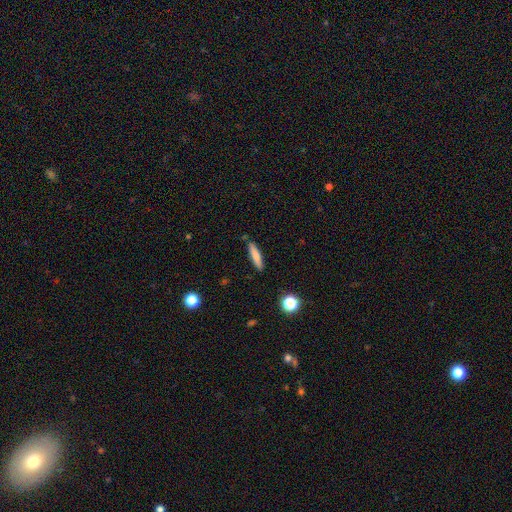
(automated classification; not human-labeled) Smooth or featured: smooth — 76% (featured or disk — 16%)
How rounded: cigar-shaped — 84% (in between — 14%)
Merging: none — 87% (minor disturbance — 9%)